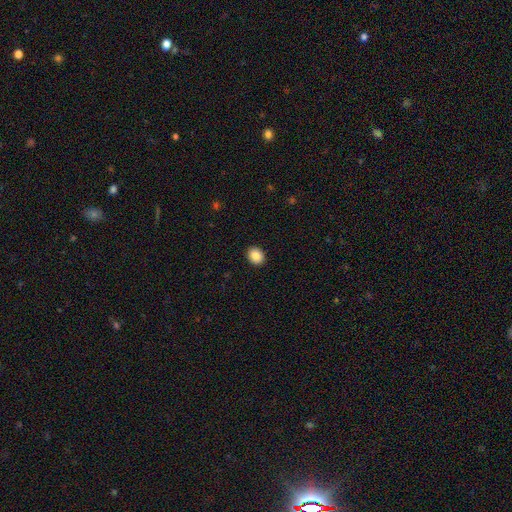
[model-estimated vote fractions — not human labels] This is clearly a smooth galaxy (88%). How rounded: possibly round (58%). Merging: clearly none (92%).